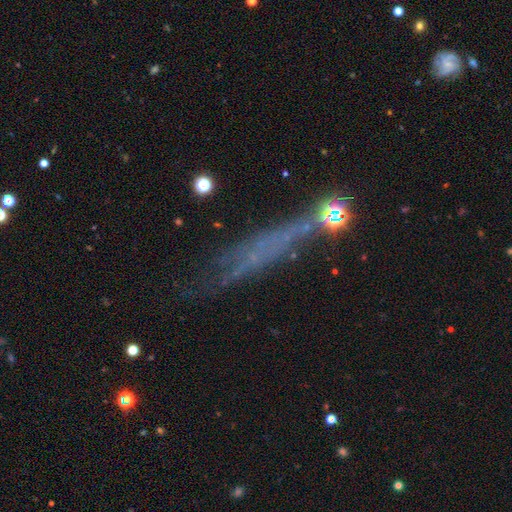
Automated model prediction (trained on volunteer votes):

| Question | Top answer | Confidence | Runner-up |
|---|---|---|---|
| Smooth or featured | featured or disk | 45% | smooth (34%) |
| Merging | none | 52% | minor disturbance (23%) |